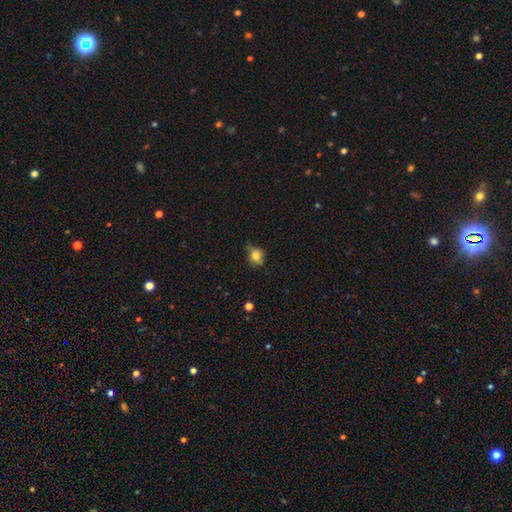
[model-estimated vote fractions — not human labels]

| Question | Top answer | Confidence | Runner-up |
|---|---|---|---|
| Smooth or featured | smooth | 74% | featured or disk (14%) |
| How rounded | round | 69% | in between (30%) |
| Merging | none | 57% | minor disturbance (32%) |